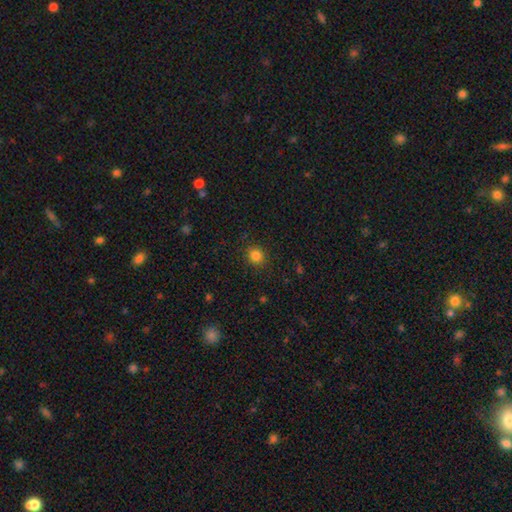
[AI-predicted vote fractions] smooth-or-featured: smooth: 83% | star or artifact: 12% | featured or disk: 4%
  how-rounded: round: 86% | in between: 13% | cigar-shaped: 1%
  merging: none: 90% | minor disturbance: 7% | major disturbance: 2% | merger: 1%